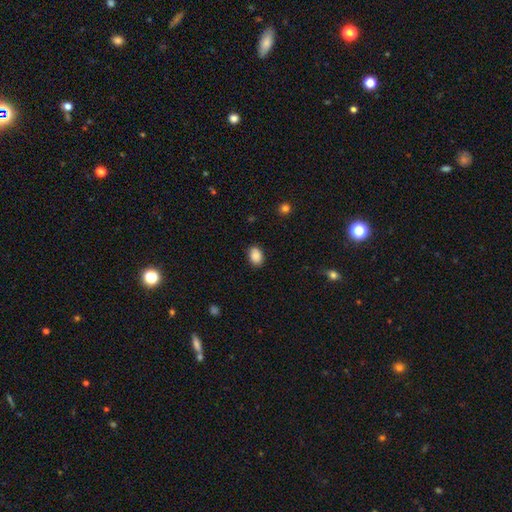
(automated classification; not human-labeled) Smooth or featured? Predicted: smooth (p=0.88). How rounded? Predicted: in between (p=0.81). Merging? Predicted: none (p=0.86).